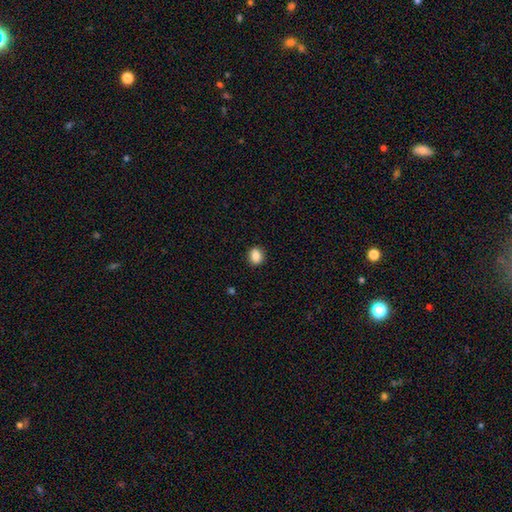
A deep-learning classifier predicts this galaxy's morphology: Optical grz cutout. It shows a smooth galaxy with no disk features (86%) that is round (59%). Merging: none (90%).